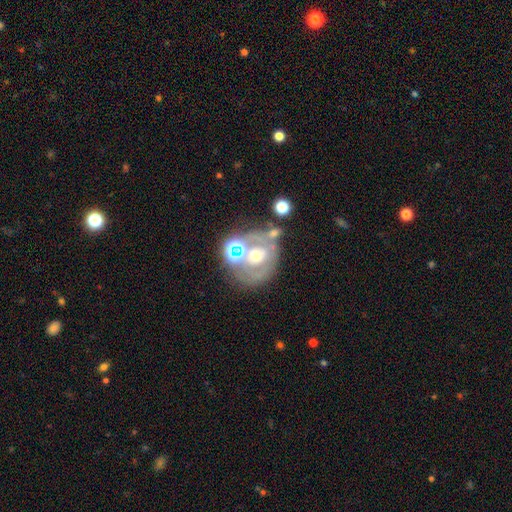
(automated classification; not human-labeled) Morphology: type=featured or disk (53%); edge-on=no (95%); bar=no (70%); spiral arms=no (68%); bulge=moderate (65%); merging=none (48%).